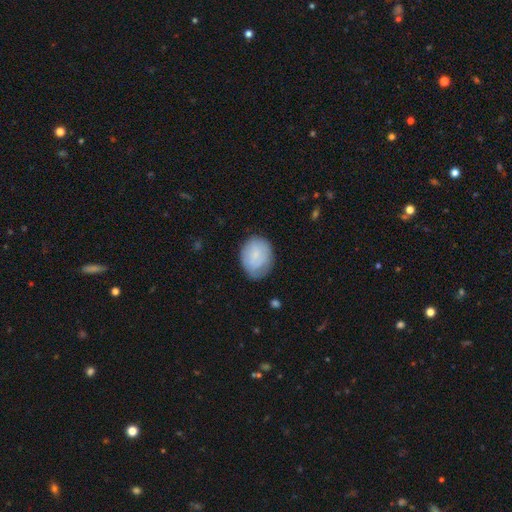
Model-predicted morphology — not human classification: A smooth galaxy with no disk features (74%) that is in between round and cigar-shaped (59%). Merging: none (65%).